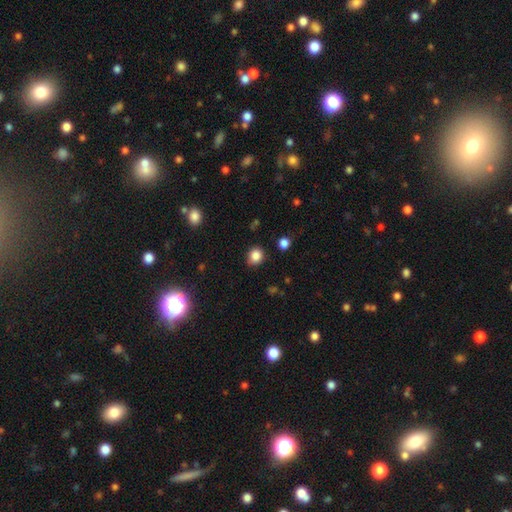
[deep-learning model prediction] This appears to be a smooth galaxy with no disk features (85%) that is round (71%). Merging: none (80%).